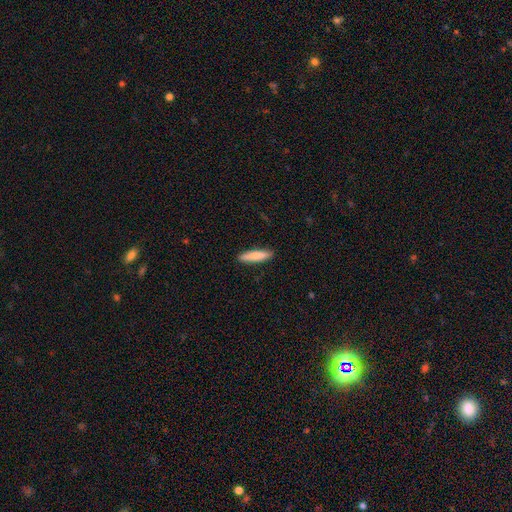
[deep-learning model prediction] A smooth galaxy with no disk features (82%) that is cigar-shaped (83%).

Vote fractions:
- Smooth or featured? smooth: 82% / featured or disk: 12% / star or artifact: 5%
- How rounded? cigar-shaped: 83% / in between: 16% / round: 1%
- Merging? none: 90% / minor disturbance: 7% / major disturbance: 2% / merger: 1%